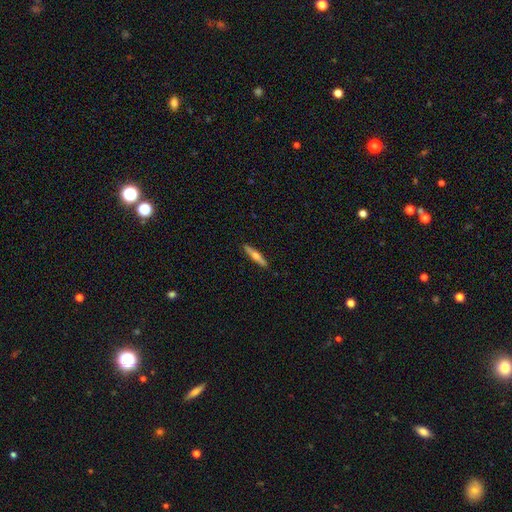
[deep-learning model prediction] A featured or disk galaxy (51%) viewed edge-on (95%).

Vote fractions:
- Smooth or featured? featured or disk: 51% / smooth: 43% / star or artifact: 6%
- Edge-on disk? yes: 95% / no: 5%
- Merging? none: 91% / minor disturbance: 7% / major disturbance: 1% / merger: 1%